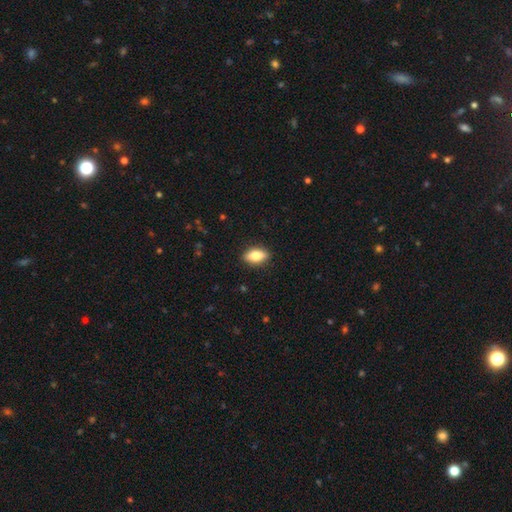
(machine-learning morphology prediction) Smooth or featured? Predicted: smooth (p=0.77). How rounded? Predicted: in between (p=0.86). Merging? Predicted: none (p=0.88).